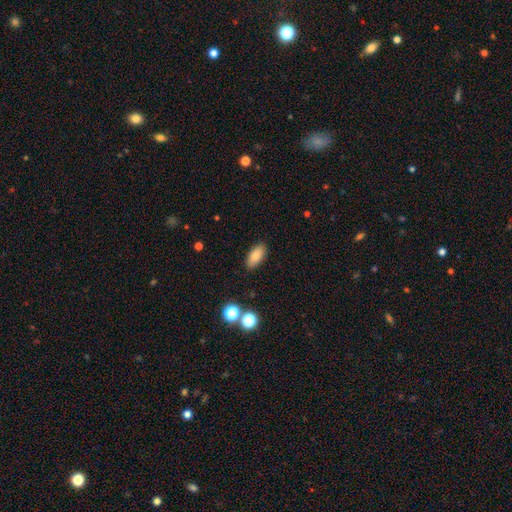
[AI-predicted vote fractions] Q: Smooth or featured?
A: smooth (81%); runner-up: featured or disk (10%)
Q: How rounded?
A: in between (88%); runner-up: cigar-shaped (8%)
Q: Merging?
A: none (88%); runner-up: minor disturbance (8%)